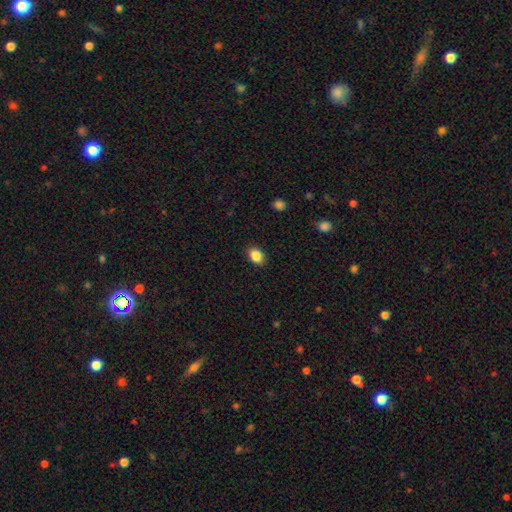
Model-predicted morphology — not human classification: type=smooth (88%); roundness=in between (74%); merging=none (89%).